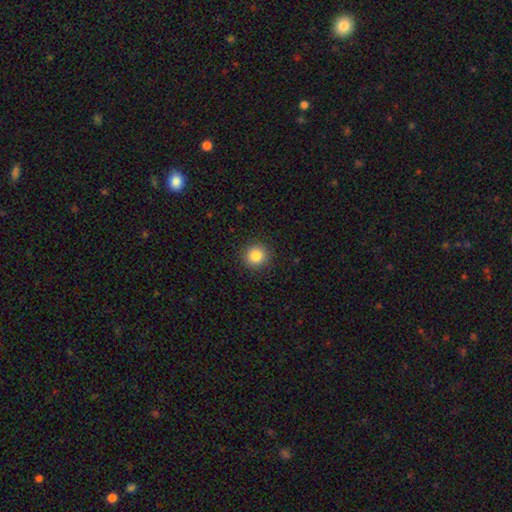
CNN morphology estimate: smooth_or_featured: smooth (p=0.84) [alt: star or artifact p=0.10]
how_rounded: round (p=0.93) [alt: in between p=0.06]
merging: none (p=0.91) [alt: minor disturbance p=0.06]